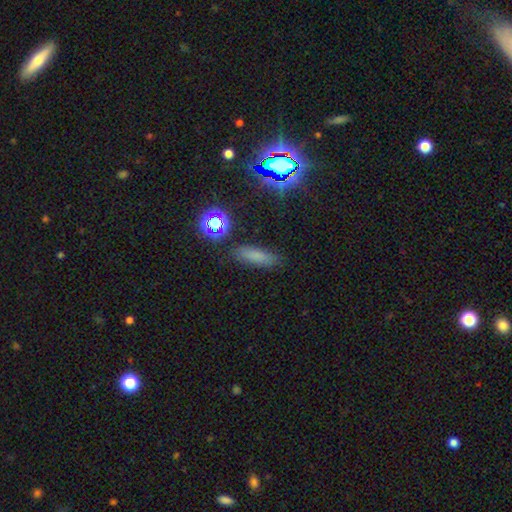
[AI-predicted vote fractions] The model was most divided on "how rounded": cigar-shaped: 53%, in between: 43%, round: 4%. More confident: merging — none (85%); smooth or featured — smooth (69%).